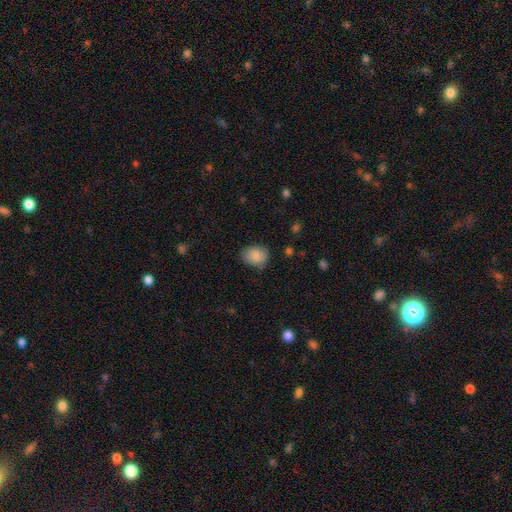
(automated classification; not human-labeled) A smooth galaxy with no disk features (84%) that is in between round and cigar-shaped (55%). Merging: none (71%).